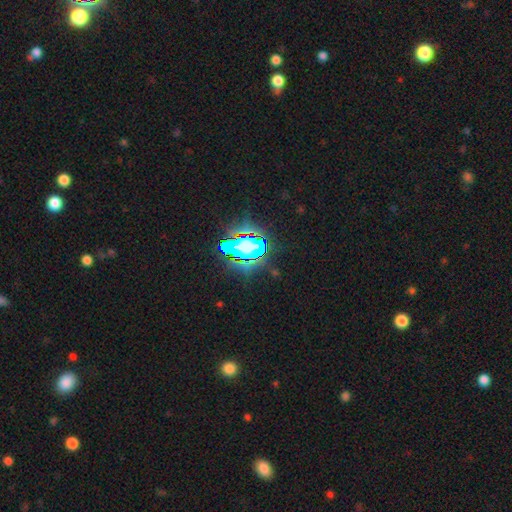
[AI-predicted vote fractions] A star or artifact, not a galaxy (72%).

Vote fractions:
- Smooth or featured? star or artifact: 72% / smooth: 17% / featured or disk: 11%